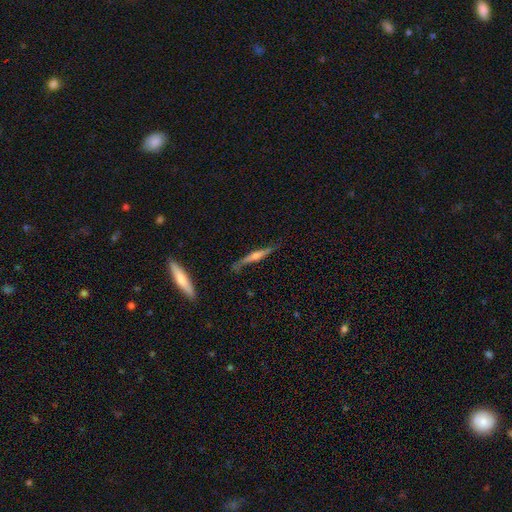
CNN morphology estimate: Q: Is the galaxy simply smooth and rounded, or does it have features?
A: featured or disk — 66%.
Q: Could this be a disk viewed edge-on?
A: yes — 92%.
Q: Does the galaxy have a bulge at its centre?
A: rounded — 71%.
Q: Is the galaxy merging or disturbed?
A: none — 75%.